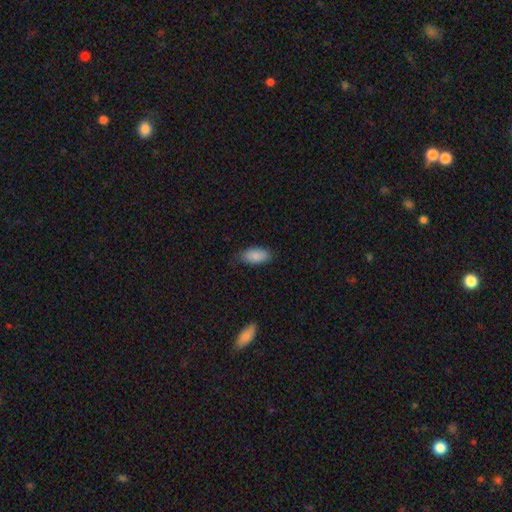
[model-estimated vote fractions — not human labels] Smooth or featured?
  - smooth: 89% *
  - star or artifact: 7%
  - featured or disk: 5%
How rounded?
  - in between: 92% *
  - cigar-shaped: 6%
  - round: 2%
Merging?
  - none: 78% *
  - minor disturbance: 18%
  - major disturbance: 3%
  - merger: 1%